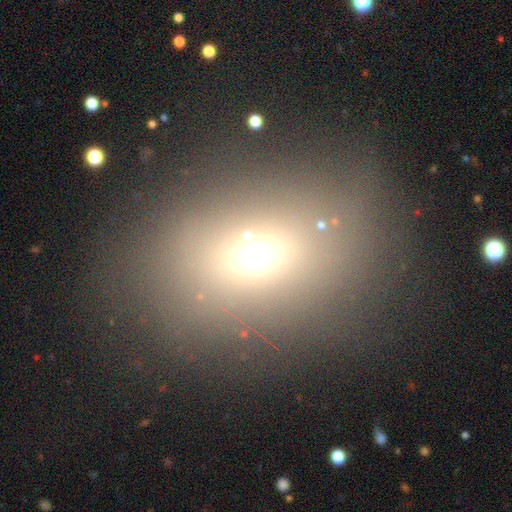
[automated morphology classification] type=smooth (64%); roundness=in between (58%); merging=none (75%).